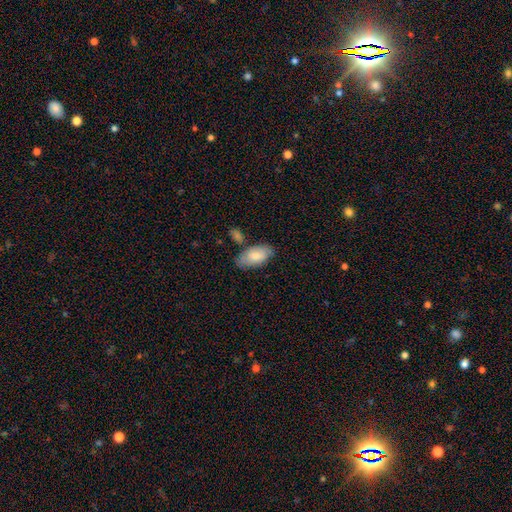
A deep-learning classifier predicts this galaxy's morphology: This is likely a smooth galaxy (77%). How rounded: clearly in between (94%). Merging: likely none (65%).